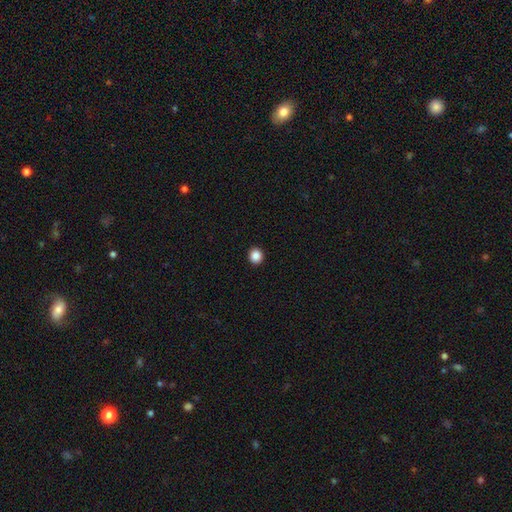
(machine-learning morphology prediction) This is clearly a smooth galaxy (88%). How rounded: clearly round (91%). Merging: clearly none (94%).